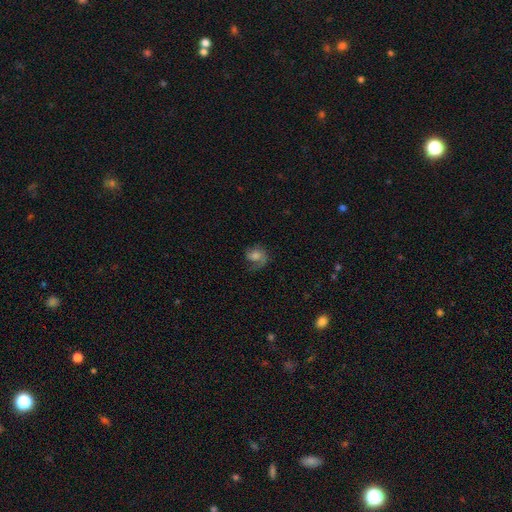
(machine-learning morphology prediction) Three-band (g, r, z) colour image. It shows a featured or disk galaxy (54%) with no bar (62%), spiral arms (88%) and a moderate central bulge (41%). Merging: none (51%).